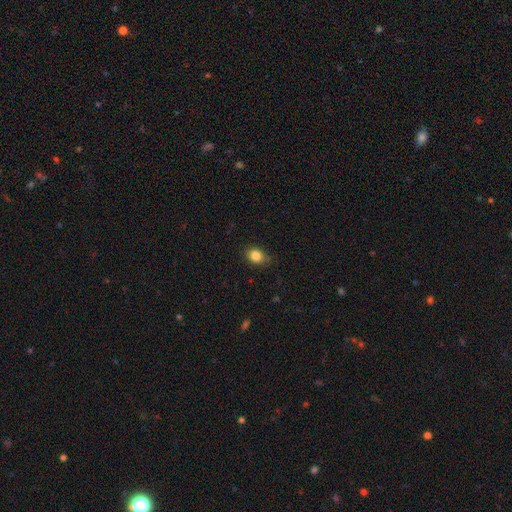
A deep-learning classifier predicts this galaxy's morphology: This appears to be a smooth galaxy with no disk features (84%) that is in between round and cigar-shaped (50%). Merging: none (77%).